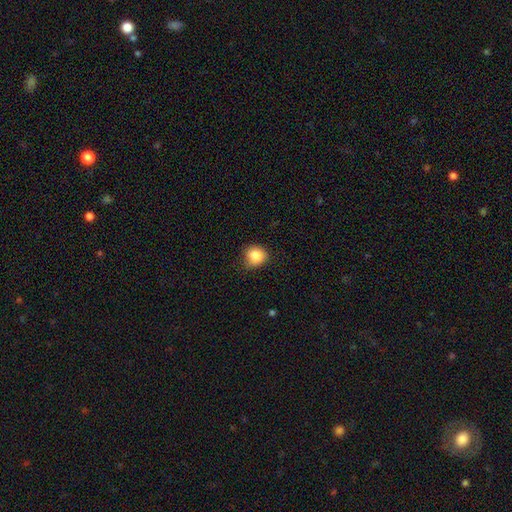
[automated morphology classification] This is clearly a smooth galaxy (87%). How rounded: clearly round (80%). Merging: likely none (74%).